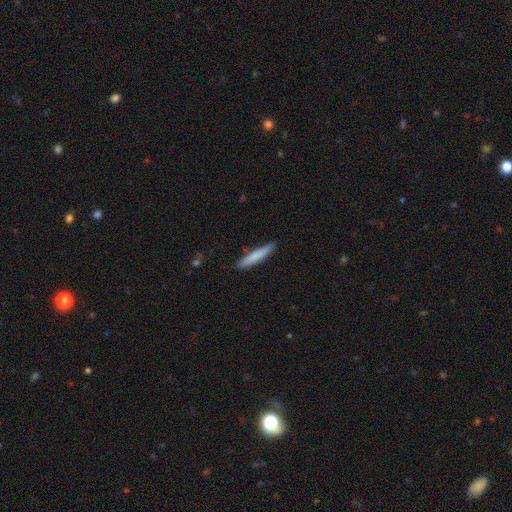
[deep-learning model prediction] This is likely a smooth galaxy (77%). How rounded: clearly cigar-shaped (93%). Merging: clearly none (88%).